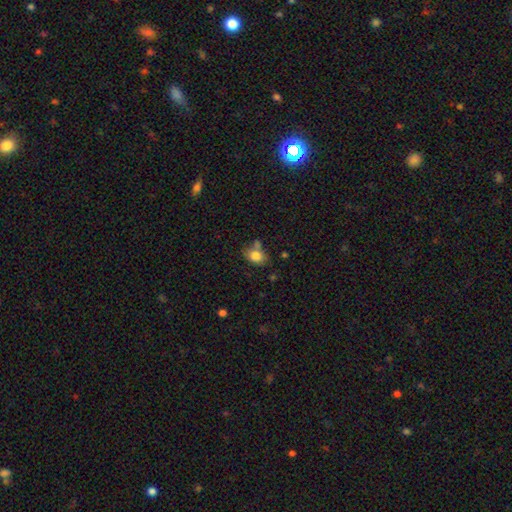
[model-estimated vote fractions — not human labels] A smooth galaxy with no disk features (81%) that is in between round and cigar-shaped (71%). Merging: none (56%).